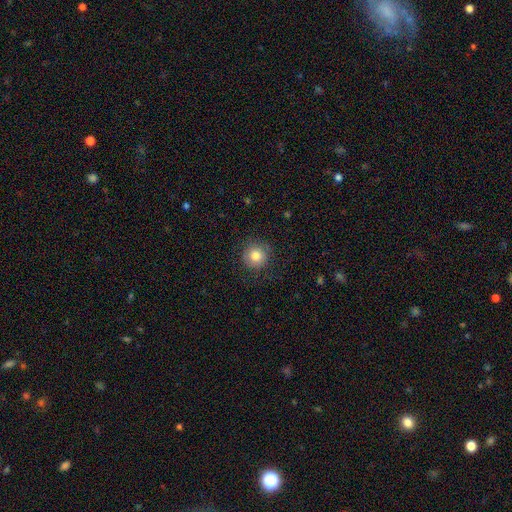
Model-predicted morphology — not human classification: The model was most divided on "smooth or featured": smooth: 80%, star or artifact: 10%, featured or disk: 10%. More confident: how rounded — round (94%); merging — none (85%).